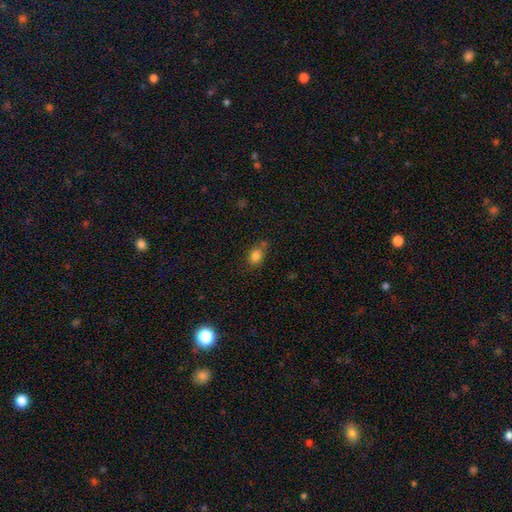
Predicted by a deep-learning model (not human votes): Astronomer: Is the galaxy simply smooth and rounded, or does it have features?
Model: smooth — 83%.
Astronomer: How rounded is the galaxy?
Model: in between — 62%.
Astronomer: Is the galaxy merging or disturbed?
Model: none — 61%.